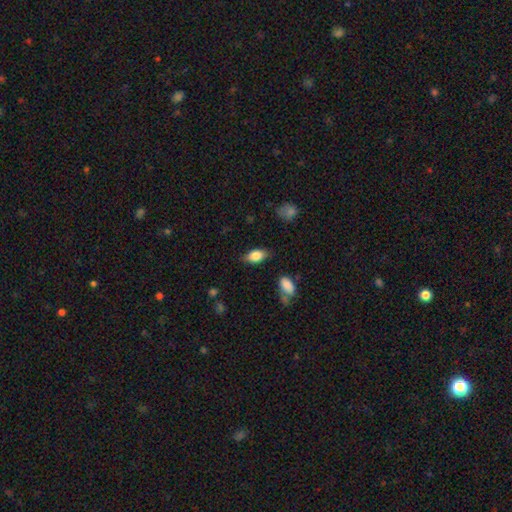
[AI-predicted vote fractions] The model was most divided on "merging": none: 80%, minor disturbance: 15%, major disturbance: 4%, merger: 2%. More confident: how rounded — in between (90%); smooth or featured — smooth (82%).